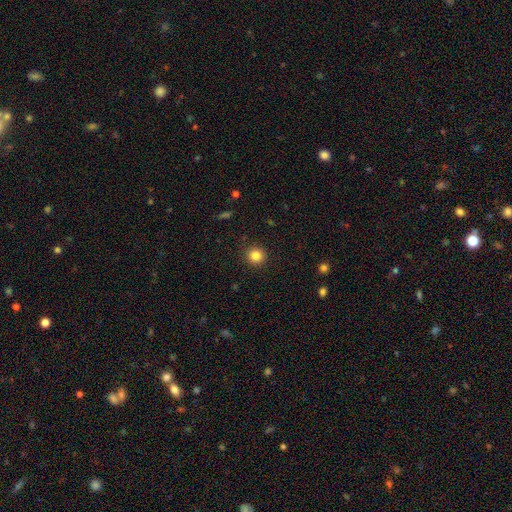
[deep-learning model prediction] smooth-or-featured: smooth: 84% | star or artifact: 11% | featured or disk: 5%
  how-rounded: round: 94% | in between: 5% | cigar-shaped: 1%
  merging: none: 91% | minor disturbance: 6% | major disturbance: 2% | merger: 1%